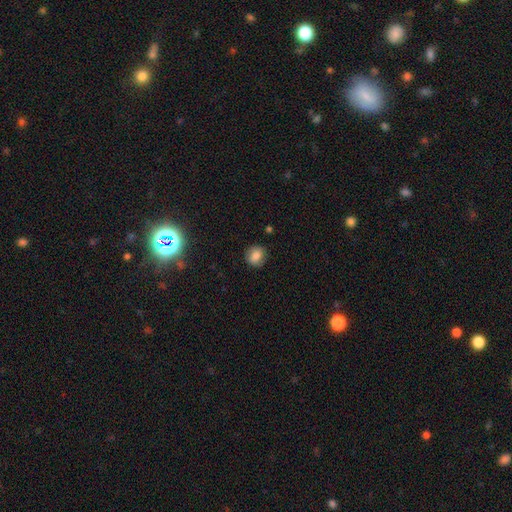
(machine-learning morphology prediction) A smooth galaxy with no disk features (80%) that is round (80%).

Vote fractions:
- Smooth or featured? smooth: 80% / star or artifact: 11% / featured or disk: 9%
- How rounded? round: 80% / in between: 19% / cigar-shaped: 1%
- Merging? none: 87% / minor disturbance: 9% / major disturbance: 2% / merger: 1%